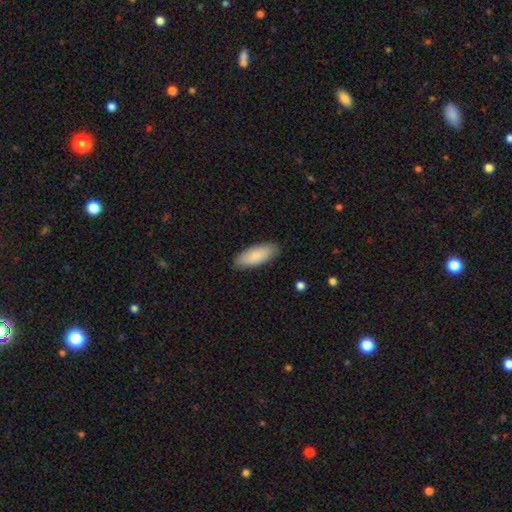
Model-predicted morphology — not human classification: Smooth or featured?
  - smooth: 86% *
  - featured or disk: 9%
  - star or artifact: 6%
How rounded?
  - in between: 78% *
  - cigar-shaped: 21%
  - round: 2%
Merging?
  - none: 87% *
  - minor disturbance: 10%
  - major disturbance: 2%
  - merger: 1%